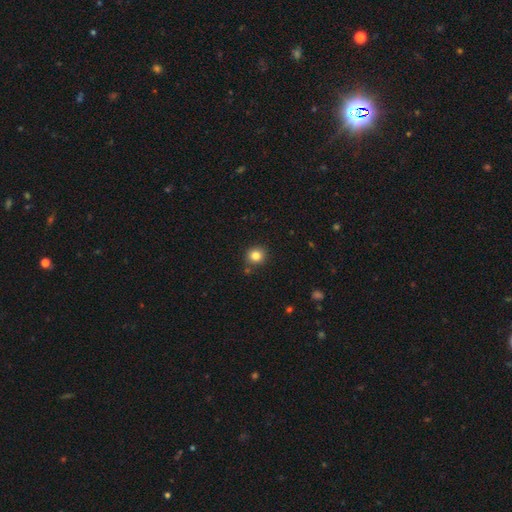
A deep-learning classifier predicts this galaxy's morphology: Smooth or featured? Predicted: smooth (p=0.82). How rounded? Predicted: round (p=0.90). Merging? Predicted: none (p=0.86).